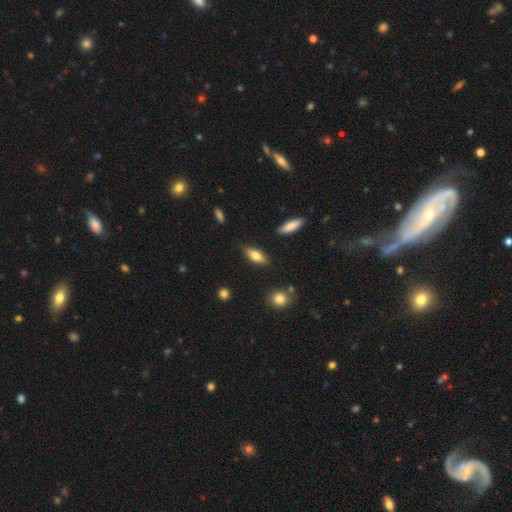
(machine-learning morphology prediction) A smooth galaxy with no disk features (70%) that is in between round and cigar-shaped (71%).

Vote fractions:
- Smooth or featured? smooth: 70% / featured or disk: 23% / star or artifact: 7%
- How rounded? in between: 71% / cigar-shaped: 26% / round: 3%
- Merging? none: 77% / minor disturbance: 17% / major disturbance: 3% / merger: 2%